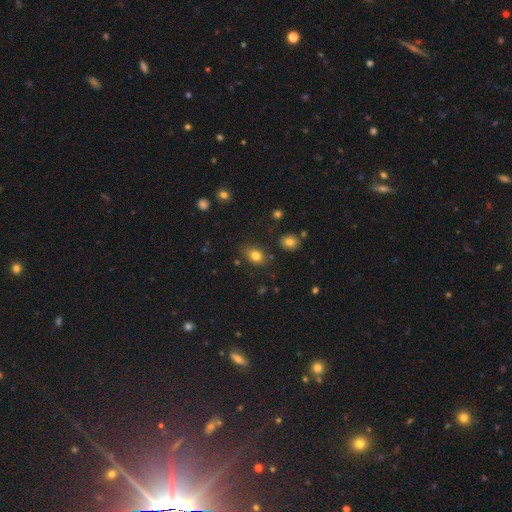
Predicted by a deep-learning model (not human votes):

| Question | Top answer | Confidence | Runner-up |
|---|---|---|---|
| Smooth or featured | smooth | 80% | star or artifact (12%) |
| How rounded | in between | 68% | round (31%) |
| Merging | none | 78% | minor disturbance (15%) |